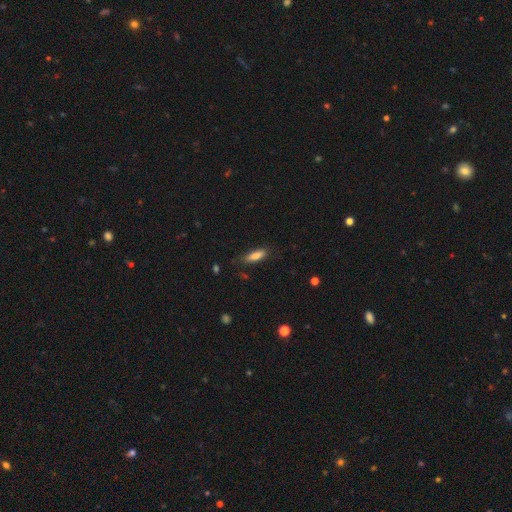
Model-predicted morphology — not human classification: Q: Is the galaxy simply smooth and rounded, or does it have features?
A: smooth — 80%.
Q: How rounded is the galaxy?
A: cigar-shaped — 53%.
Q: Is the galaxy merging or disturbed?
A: none — 81%.